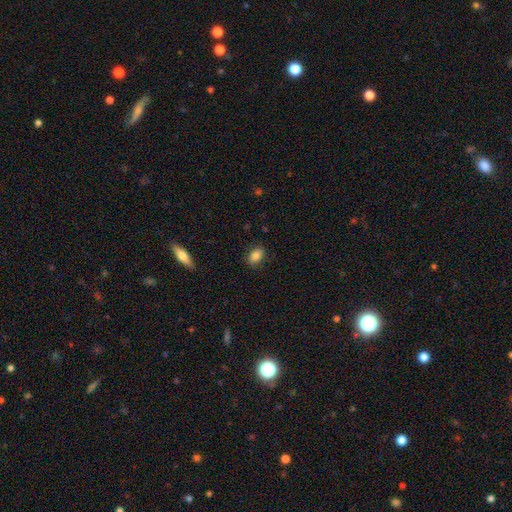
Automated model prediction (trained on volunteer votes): Smooth or featured: smooth — 85% (star or artifact — 8%)
How rounded: in between — 84% (round — 14%)
Merging: none — 85% (minor disturbance — 12%)